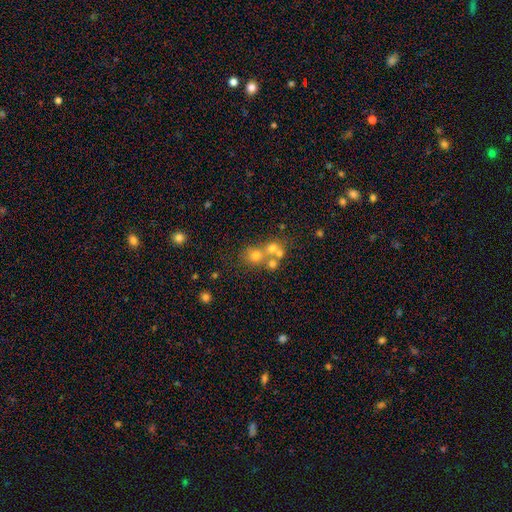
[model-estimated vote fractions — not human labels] Smooth or featured? smooth (60%)
How rounded? round (82%)
Merging? merger (44%)